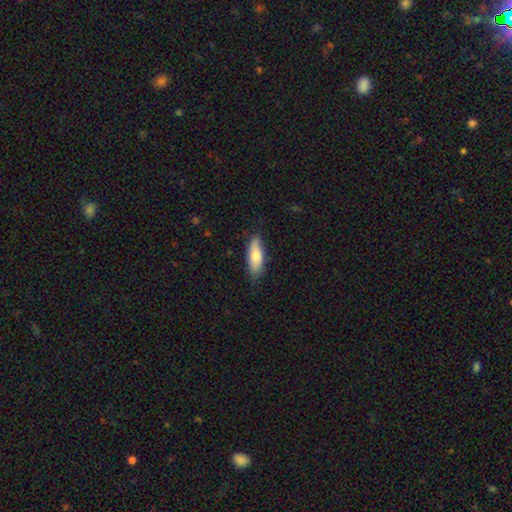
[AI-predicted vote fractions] Smooth or featured? smooth (78%)
How rounded? in between (61%)
Merging? none (78%)